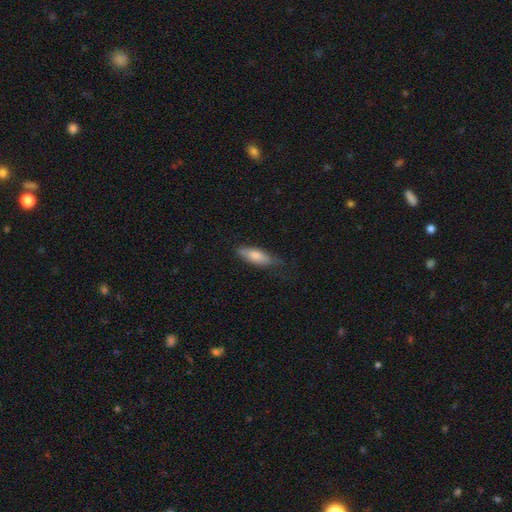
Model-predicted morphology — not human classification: A smooth galaxy with no disk features (76%) that is in between round and cigar-shaped (59%). Merging: none (63%).